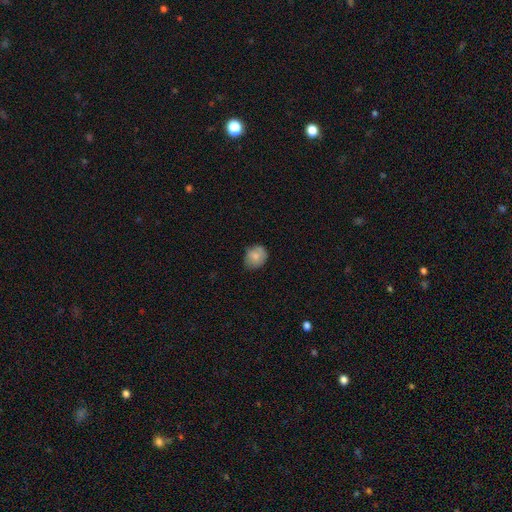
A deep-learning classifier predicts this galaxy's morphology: smooth-or-featured: smooth: 80% | featured or disk: 12% | star or artifact: 8%
  how-rounded: round: 65% | in between: 34% | cigar-shaped: 1%
  merging: none: 70% | minor disturbance: 24% | major disturbance: 4% | merger: 1%